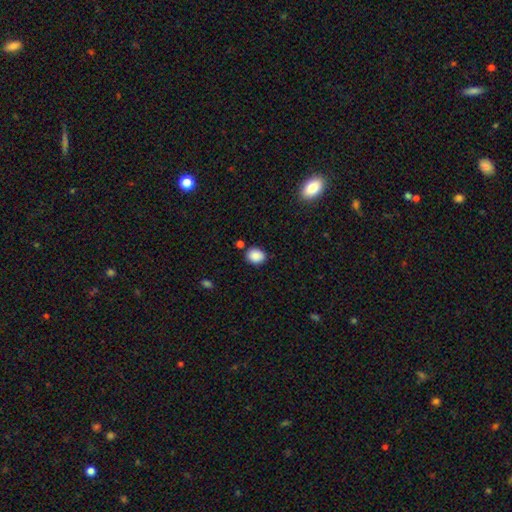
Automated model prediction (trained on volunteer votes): Smooth or featured: smooth — 88% (star or artifact — 8%)
How rounded: round — 54% (in between — 45%)
Merging: none — 81% (minor disturbance — 11%)